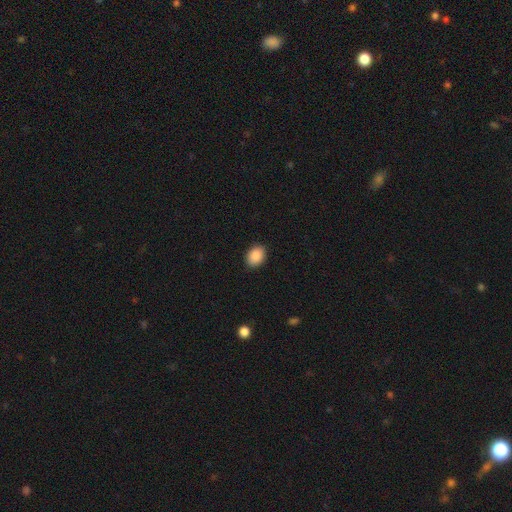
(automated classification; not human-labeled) This is clearly a smooth galaxy (89%). How rounded: likely in between (76%). Merging: clearly none (89%).